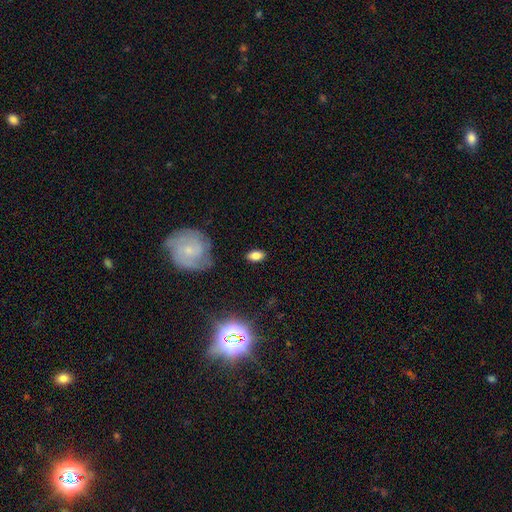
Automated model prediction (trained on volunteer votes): smooth_or_featured: smooth (p=0.80) [alt: featured or disk p=0.11]
how_rounded: in between (p=0.89) [alt: round p=0.07]
merging: none (p=0.84) [alt: minor disturbance p=0.11]